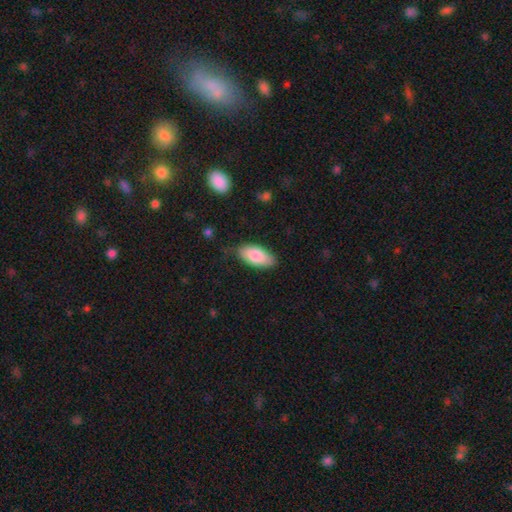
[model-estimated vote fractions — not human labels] smooth 85%, featured or disk 9%, star or artifact 6%. Down the decision tree: how rounded — in between (92%); merging — none (75%).